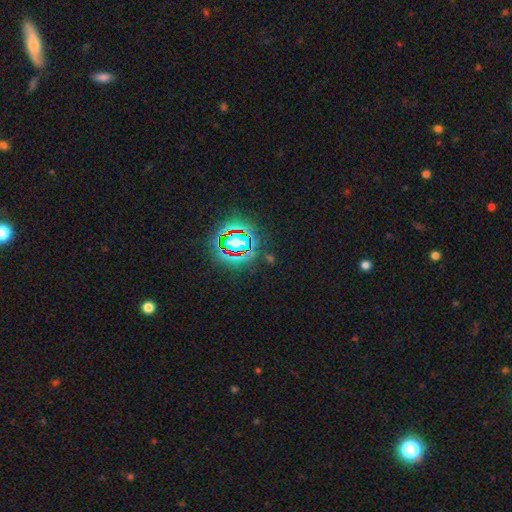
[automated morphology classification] A star or artifact, not a galaxy (81%).